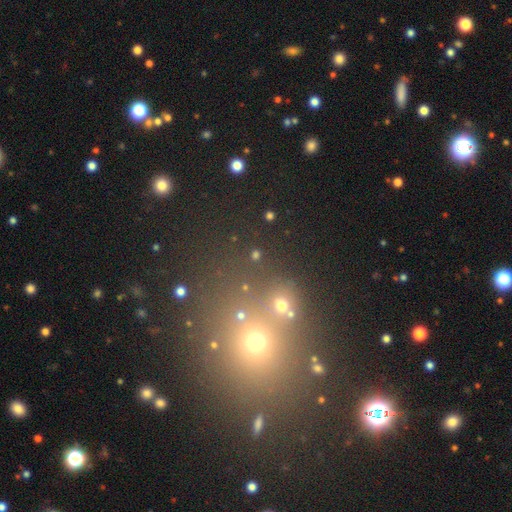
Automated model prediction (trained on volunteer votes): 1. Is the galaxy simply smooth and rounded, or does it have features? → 48% smooth, 42% star or artifact, 10% featured or disk.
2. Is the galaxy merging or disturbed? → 74% none, 13% merger, 8% minor disturbance, 5% major disturbance.